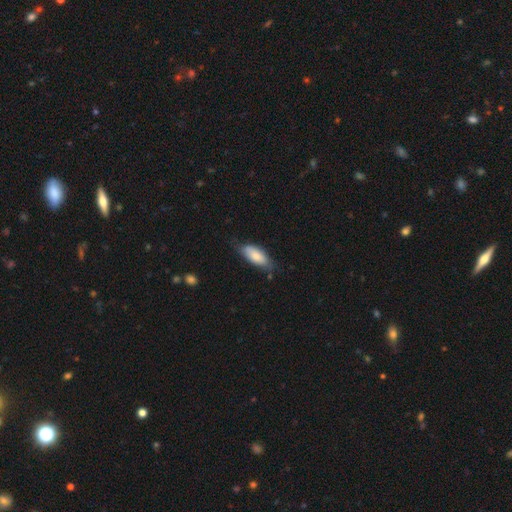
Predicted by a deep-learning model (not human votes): Q: Smooth or featured?
A: smooth (79%); runner-up: featured or disk (15%)
Q: How rounded?
A: in between (82%); runner-up: cigar-shaped (16%)
Q: Merging?
A: none (63%); runner-up: minor disturbance (29%)